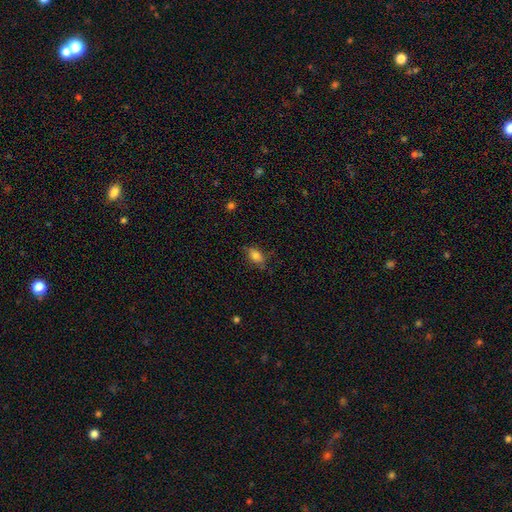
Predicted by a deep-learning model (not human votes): Smooth or featured? smooth (78%)
How rounded? in between (84%)
Merging? none (72%)